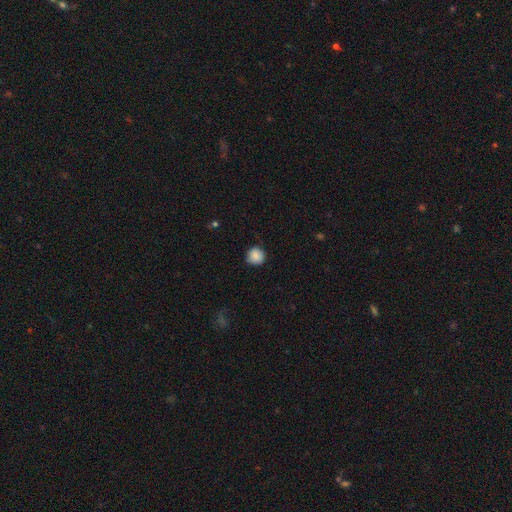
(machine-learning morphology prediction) Overall: smooth (87%). How rounded: round (91%). Merging: none (80%).